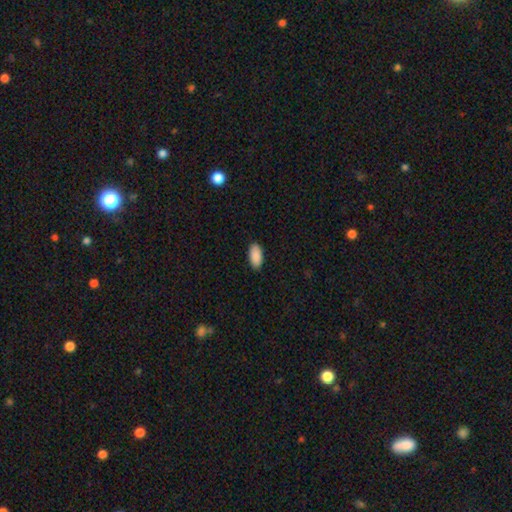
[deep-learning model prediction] A smooth galaxy with no disk features (91%) that is in between round and cigar-shaped (94%). Merging: none (89%).